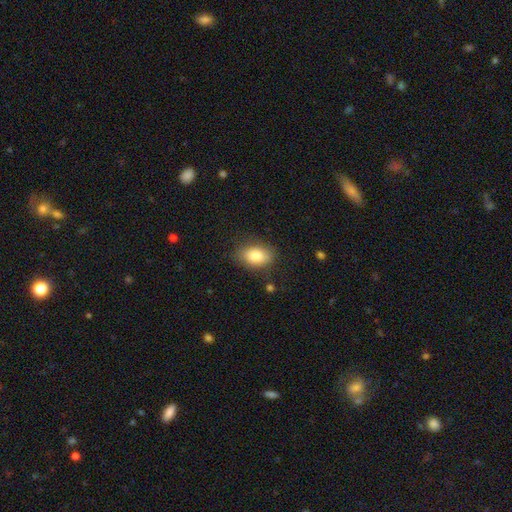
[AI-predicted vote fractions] Smooth or featured? smooth (84%)
How rounded? in between (84%)
Merging? none (80%)